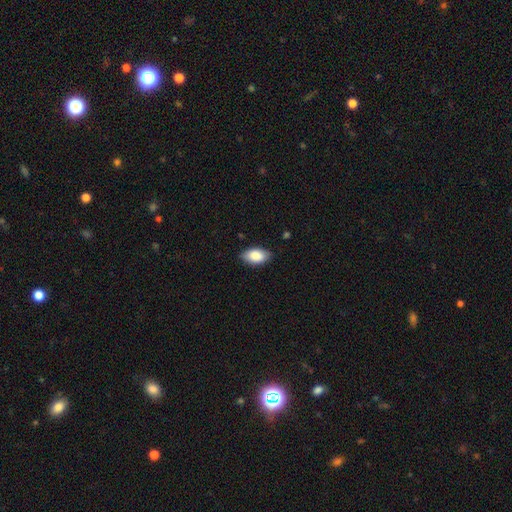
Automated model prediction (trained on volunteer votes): Smooth or featured? smooth (87%)
How rounded? in between (94%)
Merging? none (83%)